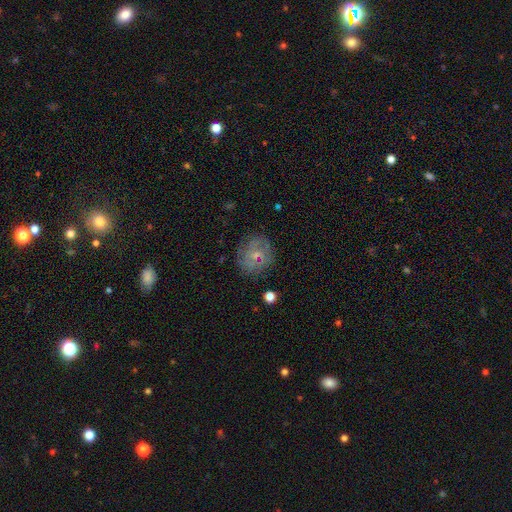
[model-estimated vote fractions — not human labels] Overall: featured or disk (52%; smooth 39%). Edge-on disk: no (97%). Bar: no (68%). Spiral arms: yes (70%; no 30%). Bulge size: small (63%; moderate 28%). Merging: none (75%).